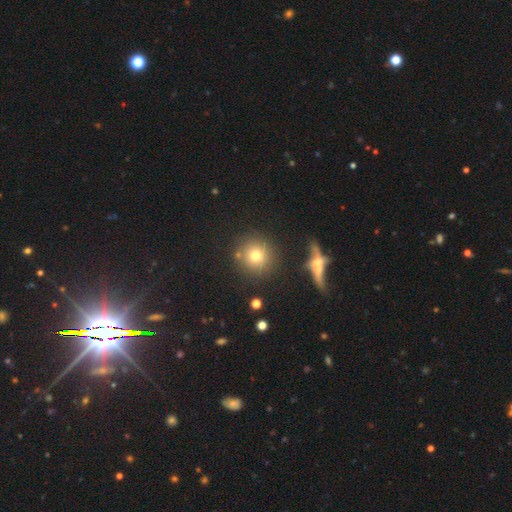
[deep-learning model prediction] smooth-or-featured: smooth: 73% | star or artifact: 15% | featured or disk: 12%
  how-rounded: round: 92% | in between: 7% | cigar-shaped: 1%
  merging: none: 80% | minor disturbance: 9% | merger: 7% | major disturbance: 4%